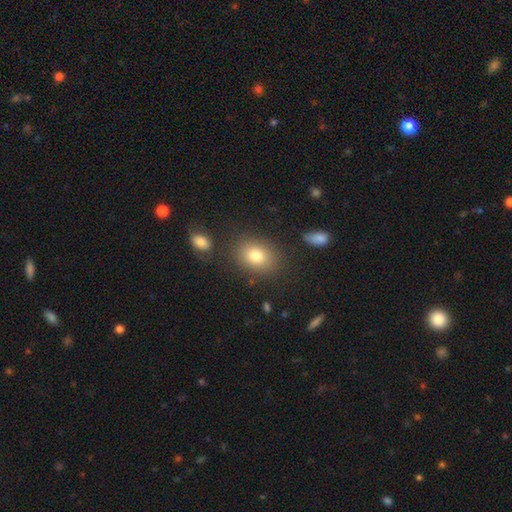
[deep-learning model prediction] Smooth or featured: smooth — 79% (featured or disk — 11%)
How rounded: in between — 60% (round — 39%)
Merging: none — 81% (minor disturbance — 11%)